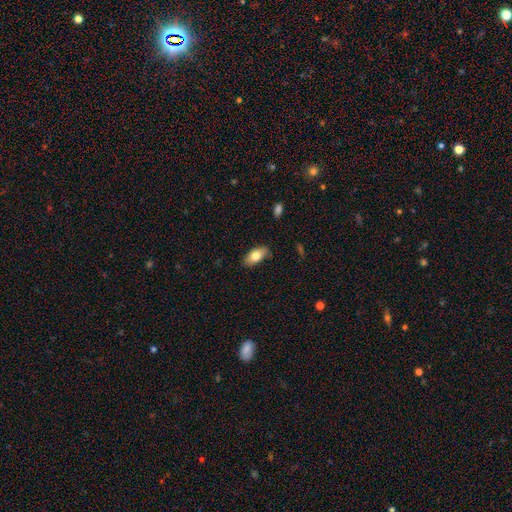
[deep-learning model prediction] smooth 78%, featured or disk 15%, star or artifact 7%. Down the decision tree: how rounded — in between (90%); merging — none (84%).